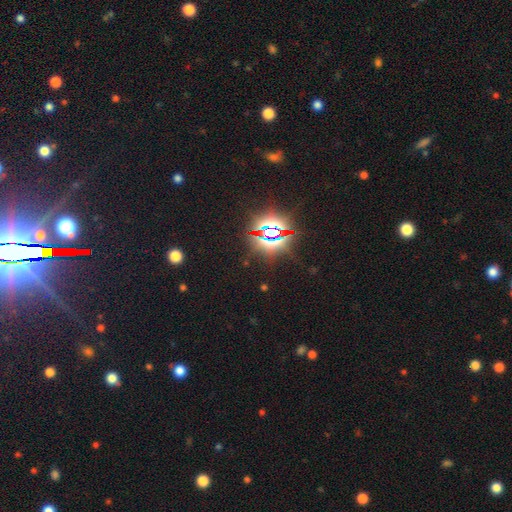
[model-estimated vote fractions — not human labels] smooth-or-featured: star or artifact: 84% | smooth: 9% | featured or disk: 7%